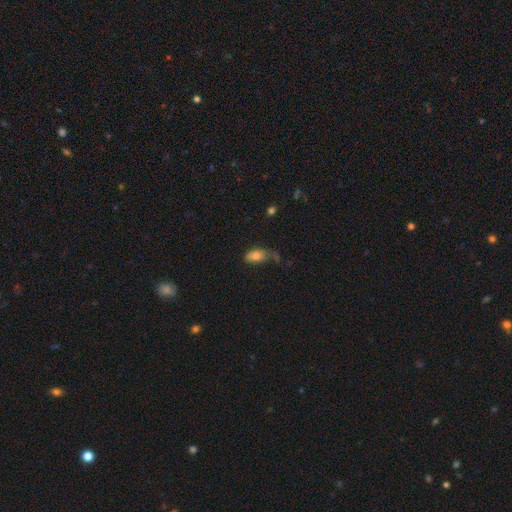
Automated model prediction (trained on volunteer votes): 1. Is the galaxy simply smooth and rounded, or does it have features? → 78% smooth, 14% featured or disk, 9% star or artifact.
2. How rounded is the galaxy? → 91% in between, 5% round, 4% cigar-shaped.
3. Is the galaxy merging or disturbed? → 40% none, 28% minor disturbance, 24% major disturbance, 8% merger.